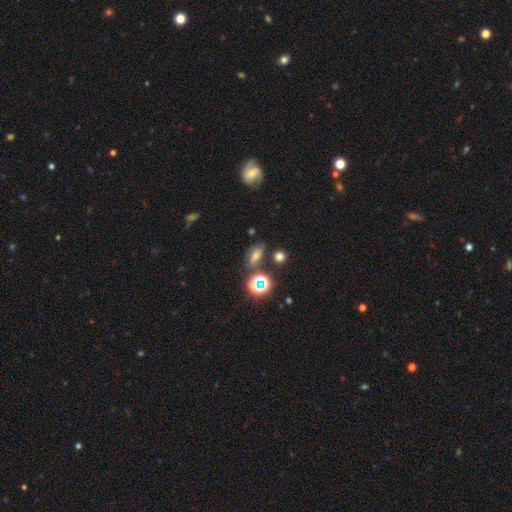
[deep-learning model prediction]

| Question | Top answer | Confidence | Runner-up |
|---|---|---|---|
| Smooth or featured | smooth | 50% | star or artifact (33%) |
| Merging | none | 69% | minor disturbance (15%) |